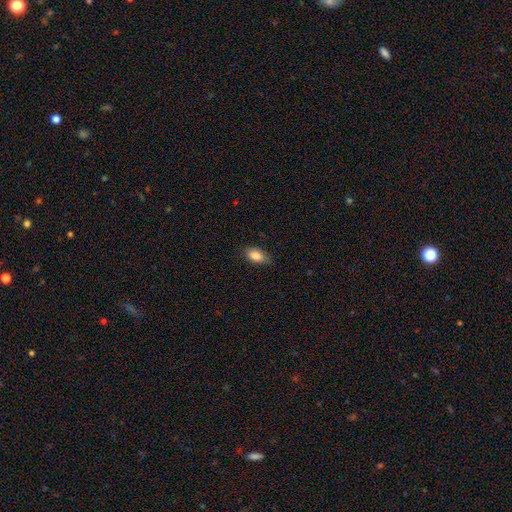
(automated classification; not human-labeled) smooth 84%, featured or disk 8%, star or artifact 8%. Down the decision tree: how rounded — in between (88%); merging — none (79%).